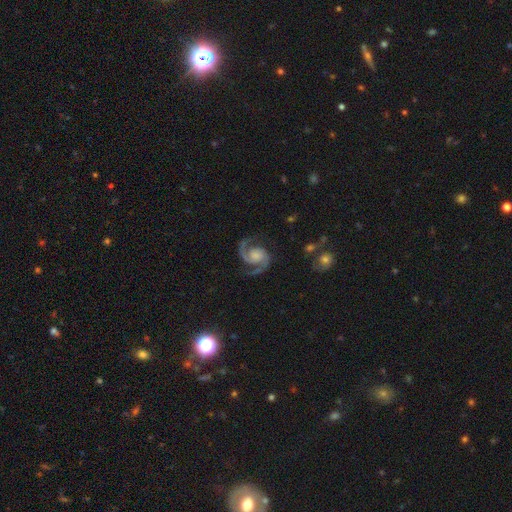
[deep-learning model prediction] This appears to be a featured or disk galaxy (93%) with no bar (65%), 2 (94%) medium (62%) spiral arms (98%) and no central bulge (31%). Merging: none (79%).